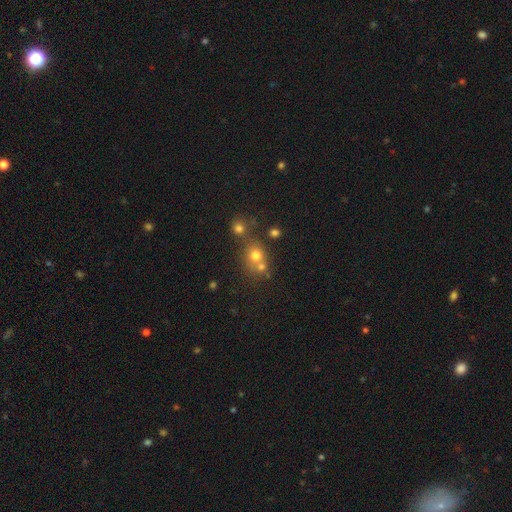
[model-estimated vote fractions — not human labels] Q: Smooth or featured?
A: smooth (69%); runner-up: star or artifact (18%)
Q: How rounded?
A: round (77%); runner-up: in between (22%)
Q: Merging?
A: none (48%); runner-up: merger (38%)